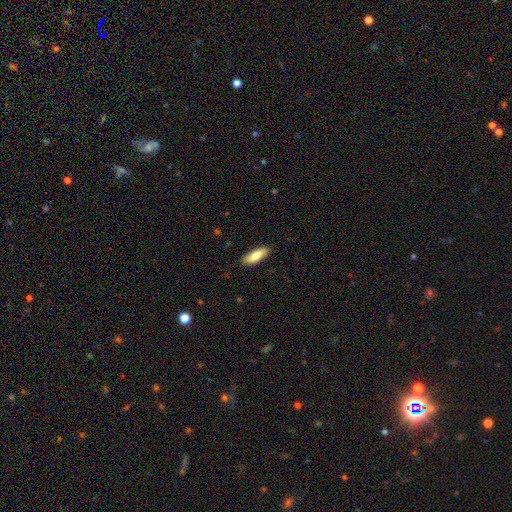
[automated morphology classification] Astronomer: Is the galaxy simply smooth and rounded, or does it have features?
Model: smooth — 77%.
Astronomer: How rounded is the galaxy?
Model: in between — 62%.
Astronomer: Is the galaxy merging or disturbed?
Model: none — 88%.